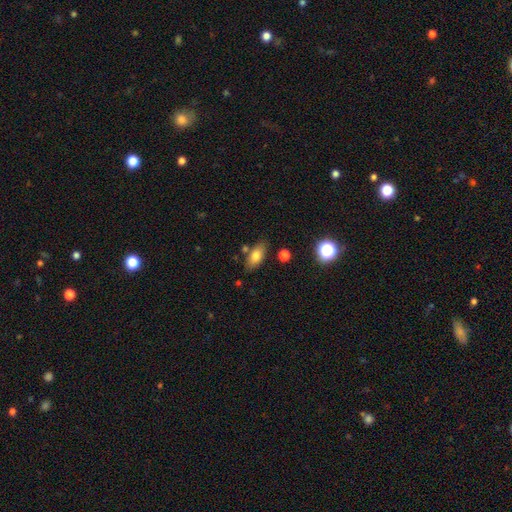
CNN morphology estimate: smooth 79%, featured or disk 12%, star or artifact 9%. Down the decision tree: how rounded — in between (85%); merging — none (76%).